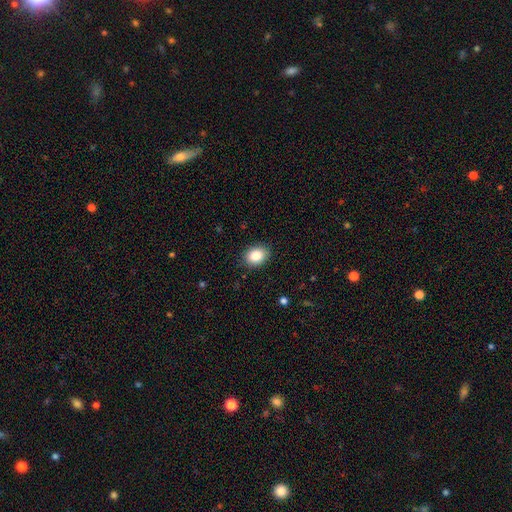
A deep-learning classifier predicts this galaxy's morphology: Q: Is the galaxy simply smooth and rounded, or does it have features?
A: smooth — 86%.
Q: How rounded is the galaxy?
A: in between — 67%.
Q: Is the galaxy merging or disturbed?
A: none — 88%.